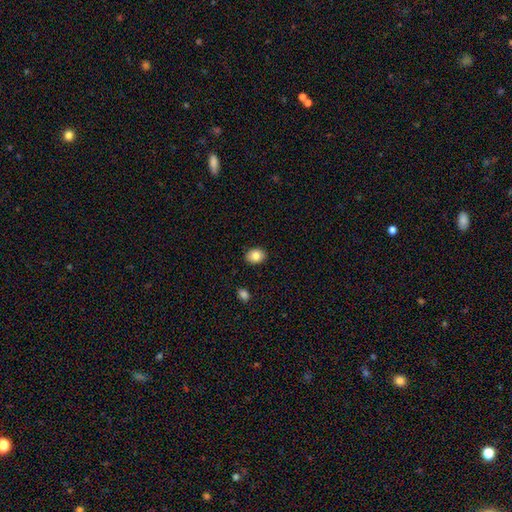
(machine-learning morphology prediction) Smooth or featured? smooth (83%)
How rounded? in between (62%)
Merging? none (89%)